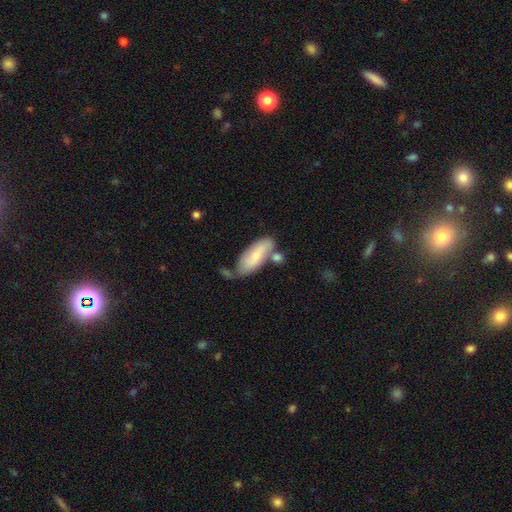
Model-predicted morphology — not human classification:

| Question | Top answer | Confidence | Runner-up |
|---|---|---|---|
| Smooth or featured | smooth | 62% | featured or disk (32%) |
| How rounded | in between | 71% | cigar-shaped (27%) |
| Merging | none | 49% | minor disturbance (22%) |